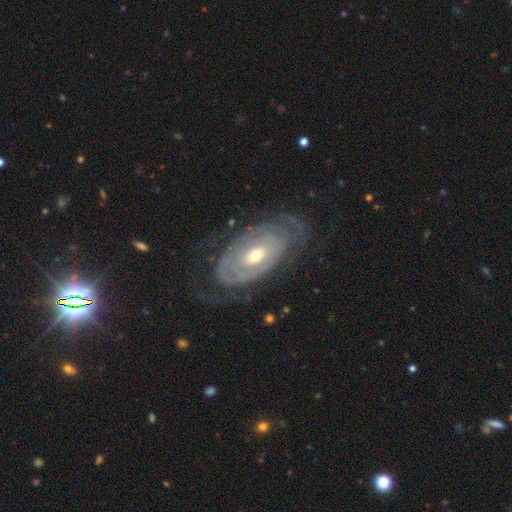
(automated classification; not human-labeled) Smooth or featured? featured or disk (79%)
Edge-on disk? no (93%)
Bar? no (64%)
Spiral arms? yes (75%)
Spiral winding? tight (69%)
Spiral arm count? can't tell (51%)
Bulge size? moderate (55%)
Merging? none (65%)